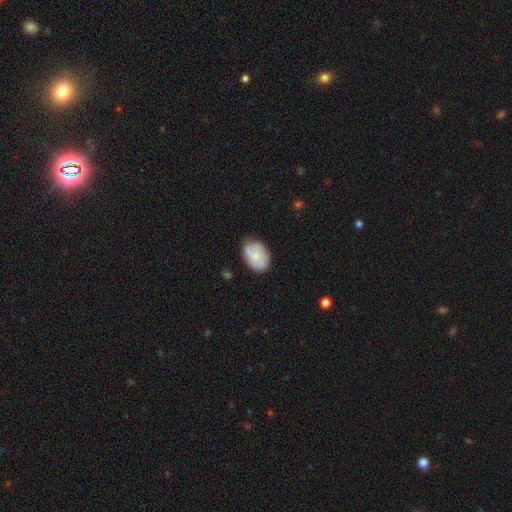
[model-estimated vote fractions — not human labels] A smooth galaxy with no disk features (68%) that is in between round and cigar-shaped (80%). Merging: none (69%).